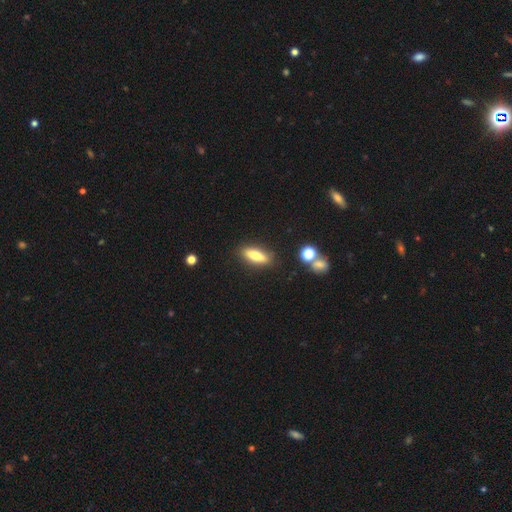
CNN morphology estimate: Smooth or featured?
  - smooth: 69% *
  - featured or disk: 22%
  - star or artifact: 8%
How rounded?
  - cigar-shaped: 52% *
  - in between: 46%
  - round: 3%
Merging?
  - none: 84% *
  - minor disturbance: 10%
  - merger: 3%
  - major disturbance: 3%